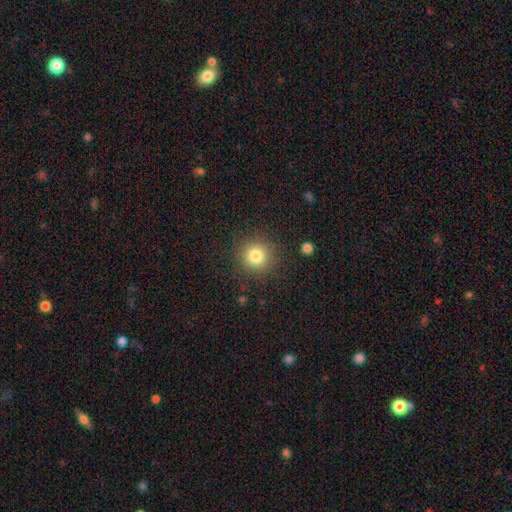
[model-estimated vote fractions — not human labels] Overall: smooth (81%). How rounded: round (93%). Merging: none (87%).